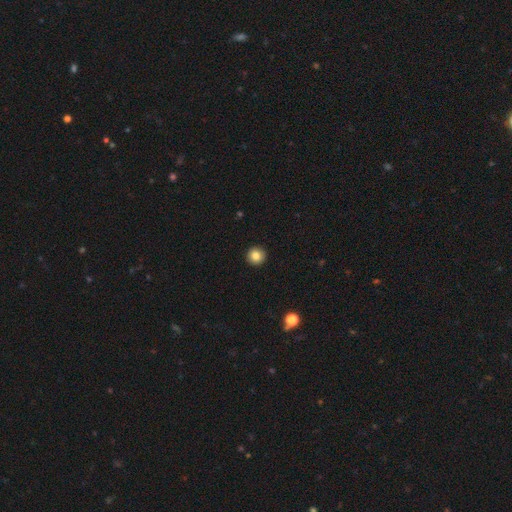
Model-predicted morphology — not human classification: Smooth or featured: smooth — 85% (star or artifact — 9%)
How rounded: round — 96% (in between — 3%)
Merging: none — 94% (minor disturbance — 4%)